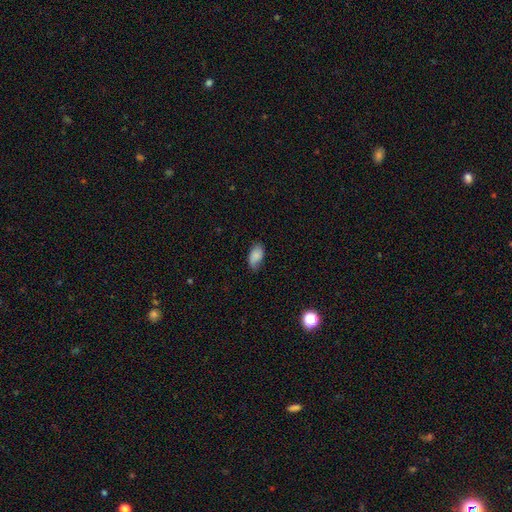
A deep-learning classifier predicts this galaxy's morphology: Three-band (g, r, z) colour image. It shows a smooth galaxy with no disk features (80%) that is in between round and cigar-shaped (93%). Merging: none (68%).